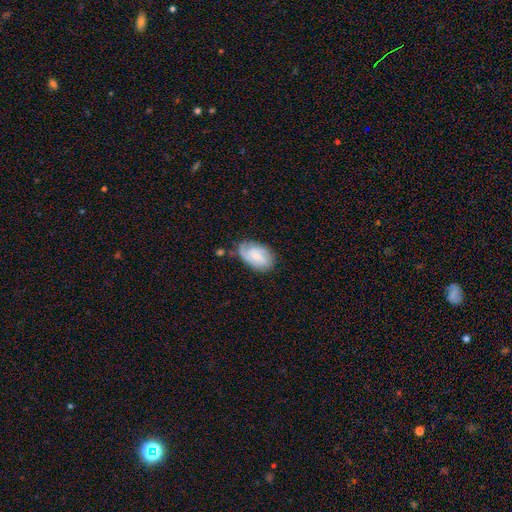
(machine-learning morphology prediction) Smooth or featured?
  - featured or disk: 49% *
  - smooth: 45%
  - star or artifact: 7%
Merging?
  - none: 57% *
  - minor disturbance: 30%
  - major disturbance: 10%
  - merger: 3%